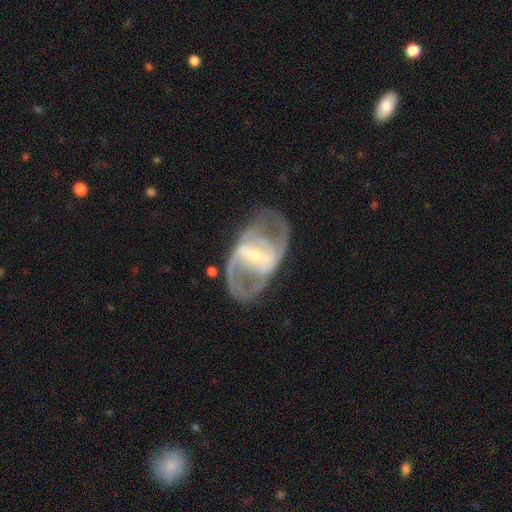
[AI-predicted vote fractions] Smooth or featured: featured or disk — 85% (smooth — 9%)
Edge-on disk: no — 94% (yes — 6%)
Bar: strong — 68% (weak — 24%)
Spiral arms: yes — 74% (no — 26%)
Spiral winding: medium — 48% (tight — 28%)
Spiral arm count: 2 — 75% (can't tell — 14%)
Bulge size: small — 61% (moderate — 31%)
Merging: none — 64% (major disturbance — 17%)